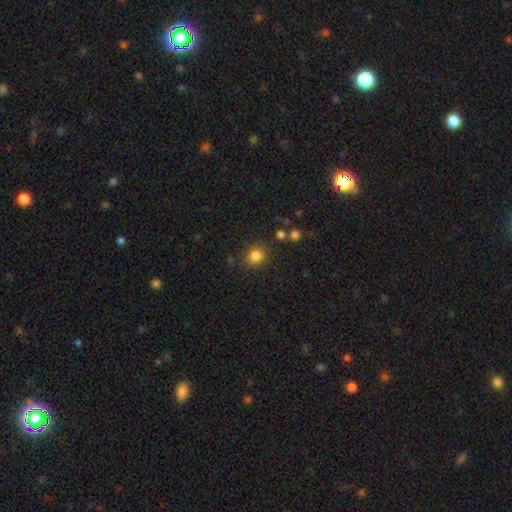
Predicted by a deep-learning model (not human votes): smooth-or-featured: smooth: 84% | star or artifact: 12% | featured or disk: 5%
  how-rounded: round: 85% | in between: 14% | cigar-shaped: 1%
  merging: none: 85% | minor disturbance: 9% | major disturbance: 3% | merger: 3%